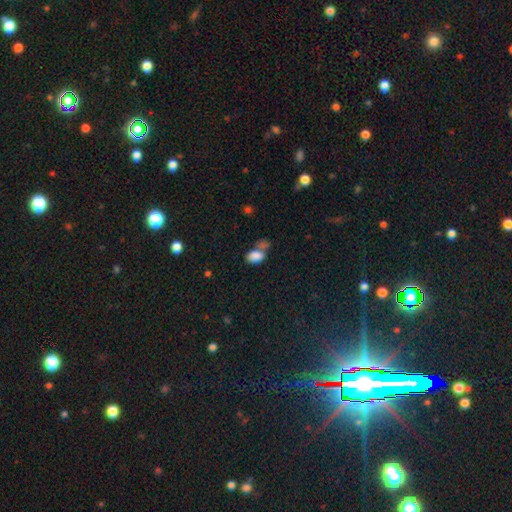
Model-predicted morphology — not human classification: Smooth or featured?
  - smooth: 83% *
  - star or artifact: 10%
  - featured or disk: 7%
How rounded?
  - in between: 90% *
  - round: 9%
  - cigar-shaped: 1%
Merging?
  - none: 40% *
  - merger: 37%
  - minor disturbance: 16%
  - major disturbance: 7%